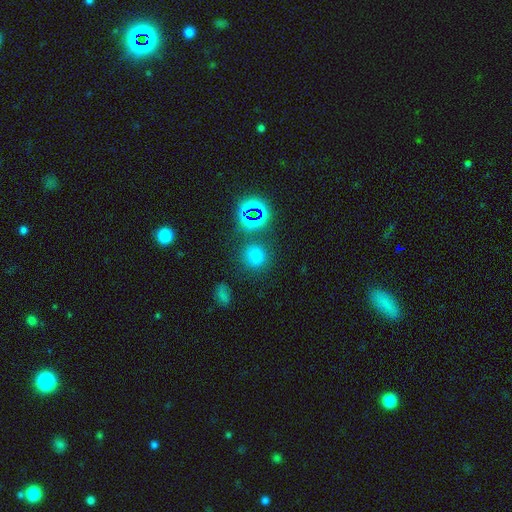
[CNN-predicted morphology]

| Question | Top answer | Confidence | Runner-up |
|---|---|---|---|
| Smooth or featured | smooth | 68% | star or artifact (25%) |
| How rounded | round | 76% | in between (23%) |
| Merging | none | 76% | minor disturbance (11%) |